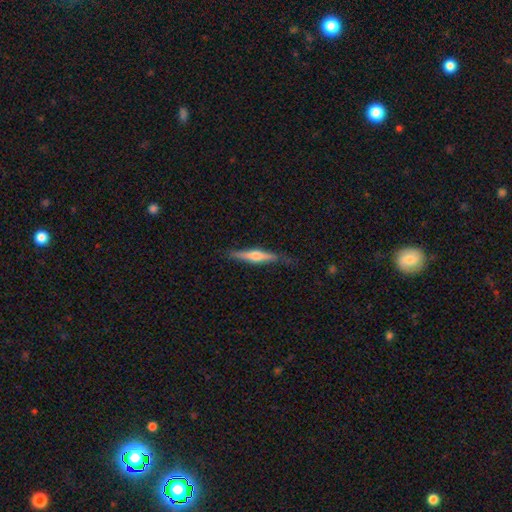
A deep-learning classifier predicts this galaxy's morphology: Smooth or featured: featured or disk — 61% (smooth — 33%)
Edge-on disk: yes — 97% (no — 3%)
Edge-on bulge: rounded — 90% (boxy — 5%)
Merging: none — 82% (minor disturbance — 14%)